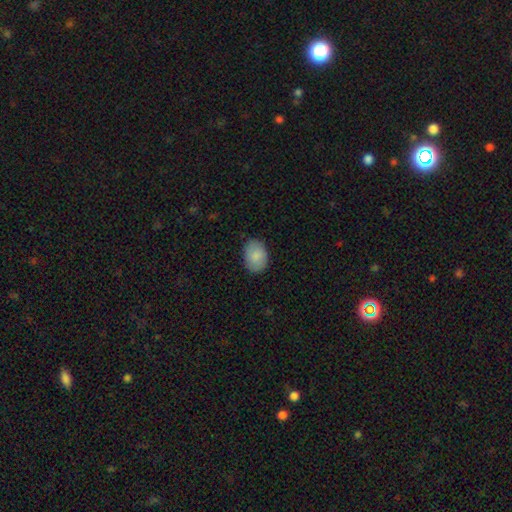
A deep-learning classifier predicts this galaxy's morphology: type=smooth (86%); roundness=in between (79%); merging=none (82%).